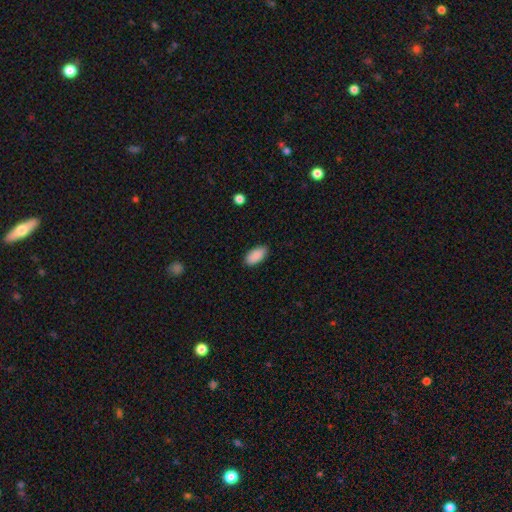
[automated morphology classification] smooth 90%, star or artifact 7%, featured or disk 4%. Down the decision tree: how rounded — in between (94%); merging — none (86%).